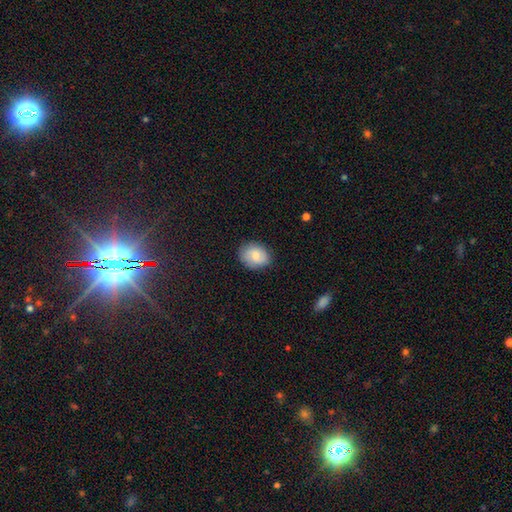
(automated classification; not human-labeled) Smooth or featured? Predicted: smooth (p=0.73). How rounded? Predicted: in between (p=0.54). Merging? Predicted: none (p=0.82).